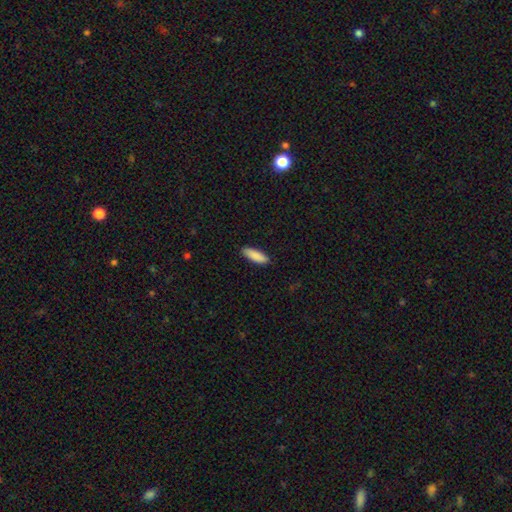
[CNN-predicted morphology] smooth_or_featured: smooth (p=0.90) [alt: star or artifact p=0.06]
how_rounded: in between (p=0.58) [alt: cigar-shaped p=0.41]
merging: none (p=0.89) [alt: minor disturbance p=0.08]